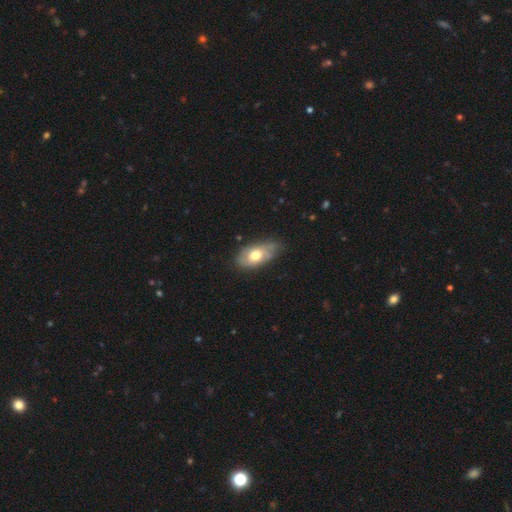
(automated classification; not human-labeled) This appears to be a featured or disk galaxy (48%). Merging: none (59%).